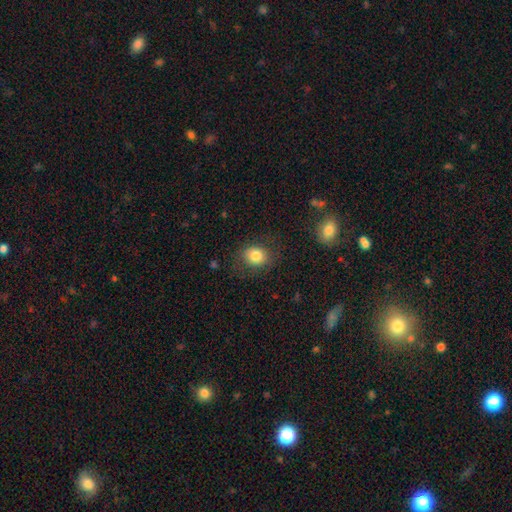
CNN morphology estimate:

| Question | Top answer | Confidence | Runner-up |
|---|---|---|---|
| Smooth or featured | smooth | 82% | star or artifact (10%) |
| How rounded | round | 57% | in between (42%) |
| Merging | none | 77% | minor disturbance (15%) |